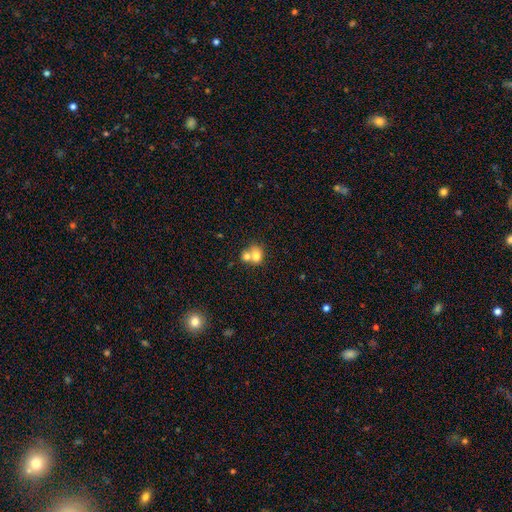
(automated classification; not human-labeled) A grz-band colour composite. It shows a smooth galaxy with no disk features (73%) that is round (59%). Merging: merger (60%).